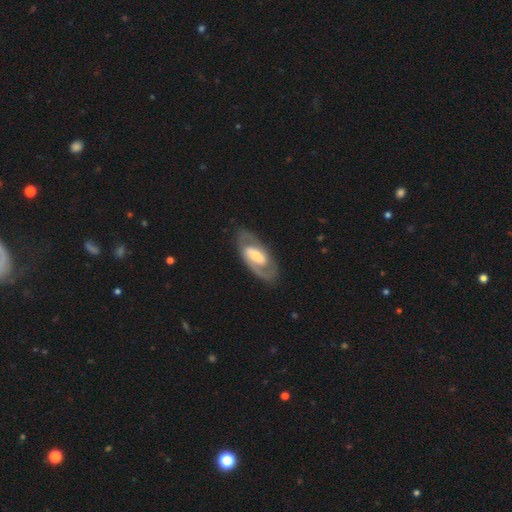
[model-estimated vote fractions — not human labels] Smooth or featured?
  - featured or disk: 78% *
  - smooth: 18%
  - star or artifact: 5%
Edge-on disk?
  - no: 93% *
  - yes: 7%
Bar?
  - weak: 42% *
  - no: 29%
  - strong: 29%
Spiral arms?
  - yes: 81% *
  - no: 19%
Spiral winding?
  - medium: 46% *
  - tight: 39%
  - loose: 15%
Spiral arm count?
  - 2: 82% *
  - can't tell: 11%
  - 1: 4%
  - 3: 1%
  - 4: 1%
  - more than 4: 1%
Bulge size?
  - moderate: 54% *
  - small: 27%
  - large: 15%
  - none: 2%
  - dominant: 2%
Merging?
  - none: 81% *
  - minor disturbance: 13%
  - major disturbance: 5%
  - merger: 1%